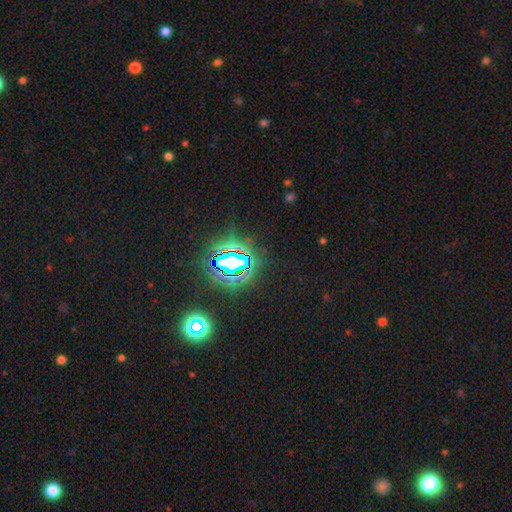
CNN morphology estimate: This appears to be a star or artifact, not a galaxy (83%).